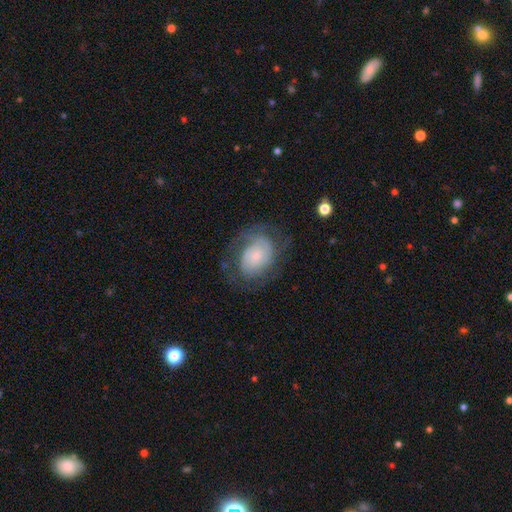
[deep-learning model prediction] Smooth or featured? Predicted: featured or disk (p=0.62). Edge-on disk? Predicted: no (p=0.97). Bar? Predicted: no (p=0.73). Spiral arms? Predicted: yes (p=0.84). Spiral winding? Predicted: tight (p=0.52). Spiral arm count? Predicted: 2 (p=0.38, tied with can't tell). Bulge size? Predicted: small (p=0.57). Merging? Predicted: none (p=0.59).